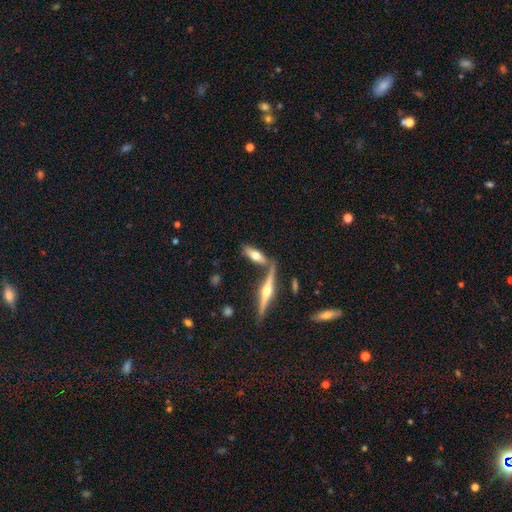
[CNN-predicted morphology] This is possibly a smooth galaxy (51%). How rounded: possibly in between (54%). Merging: likely none (63%).